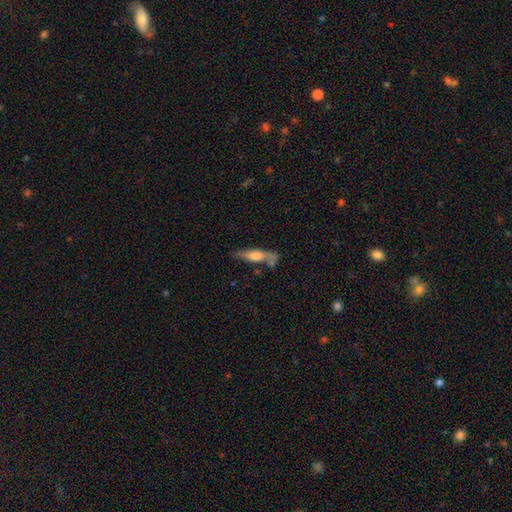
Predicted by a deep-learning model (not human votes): A smooth galaxy with no disk features (47%). Merging: none (56%).